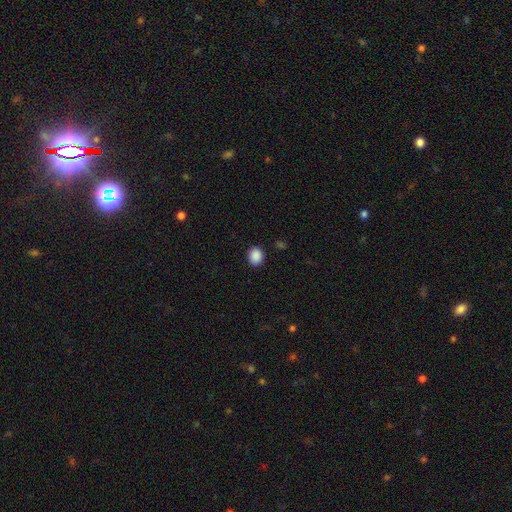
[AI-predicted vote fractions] Smooth or featured? smooth (89%)
How rounded? round (63%)
Merging? none (89%)